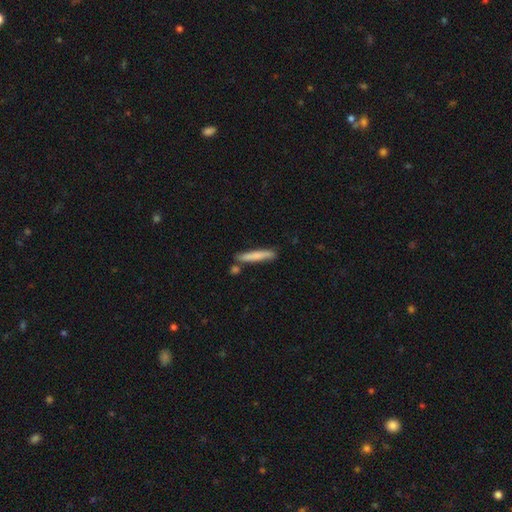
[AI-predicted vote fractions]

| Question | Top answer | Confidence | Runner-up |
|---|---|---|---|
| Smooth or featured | smooth | 73% | featured or disk (22%) |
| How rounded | cigar-shaped | 93% | in between (6%) |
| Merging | none | 76% | minor disturbance (14%) |